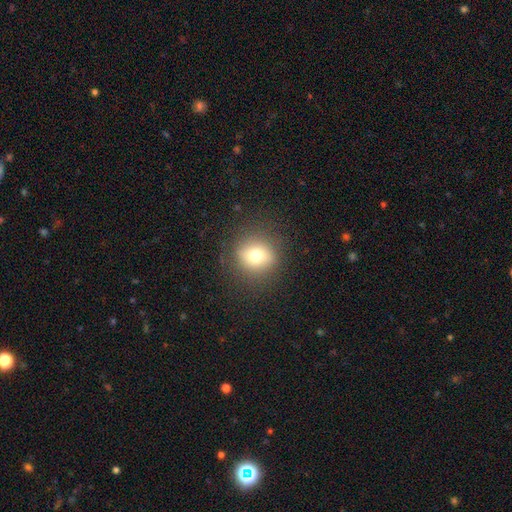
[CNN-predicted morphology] A smooth galaxy with no disk features (72%) that is round (89%).

Vote fractions:
- Smooth or featured? smooth: 72% / star or artifact: 14% / featured or disk: 14%
- How rounded? round: 89% / in between: 9% / cigar-shaped: 1%
- Merging? none: 87% / minor disturbance: 8% / major disturbance: 4% / merger: 1%